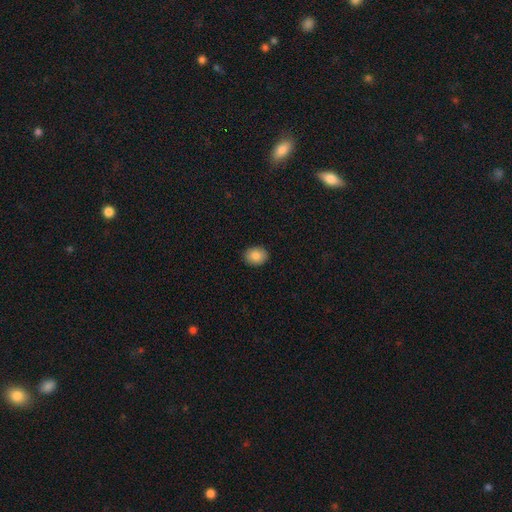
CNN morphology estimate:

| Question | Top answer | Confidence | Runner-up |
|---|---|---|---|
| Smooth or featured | smooth | 86% | star or artifact (8%) |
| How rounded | in between | 56% | round (43%) |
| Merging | none | 90% | minor disturbance (7%) |